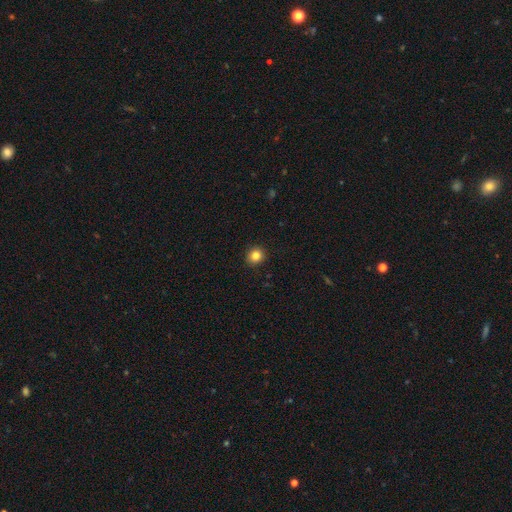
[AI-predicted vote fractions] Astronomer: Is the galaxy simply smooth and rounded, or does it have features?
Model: smooth — 83%.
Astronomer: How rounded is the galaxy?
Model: round — 89%.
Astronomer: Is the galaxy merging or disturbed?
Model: none — 92%.